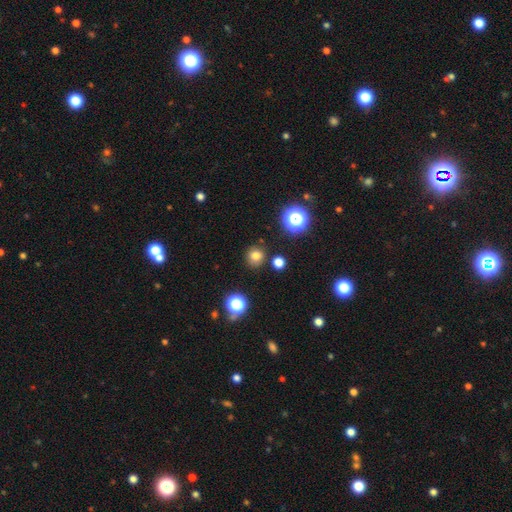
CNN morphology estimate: smooth 77%, star or artifact 17%, featured or disk 6%. Down the decision tree: how rounded — round (89%); merging — none (84%).